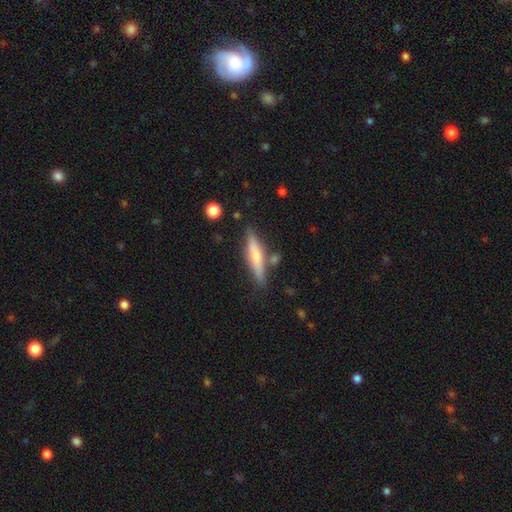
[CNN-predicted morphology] Smooth or featured?
  - smooth: 52% *
  - featured or disk: 42%
  - star or artifact: 6%
How rounded?
  - cigar-shaped: 82% *
  - in between: 16%
  - round: 2%
Merging?
  - none: 76% *
  - minor disturbance: 13%
  - merger: 7%
  - major disturbance: 3%